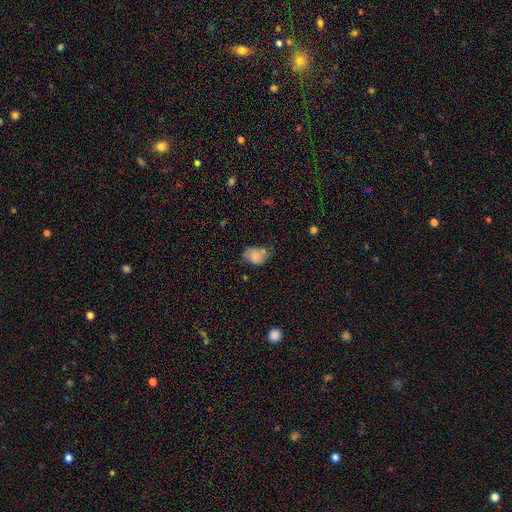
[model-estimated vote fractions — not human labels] smooth_or_featured: smooth (p=0.77) [alt: featured or disk p=0.13]
how_rounded: in between (p=0.75) [alt: round p=0.24]
merging: none (p=0.46) [alt: minor disturbance p=0.33]